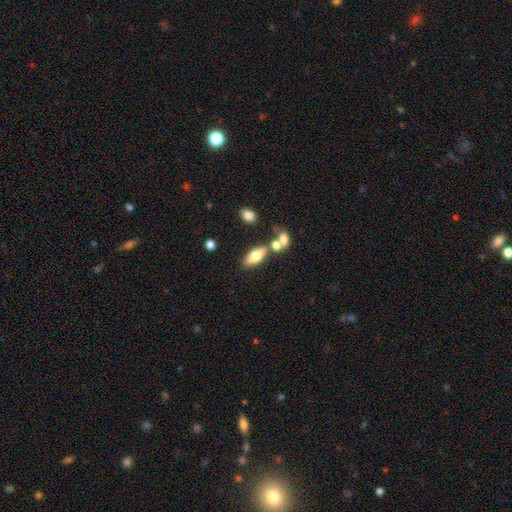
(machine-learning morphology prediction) type=smooth (69%); roundness=in between (75%); merging=none (63%).